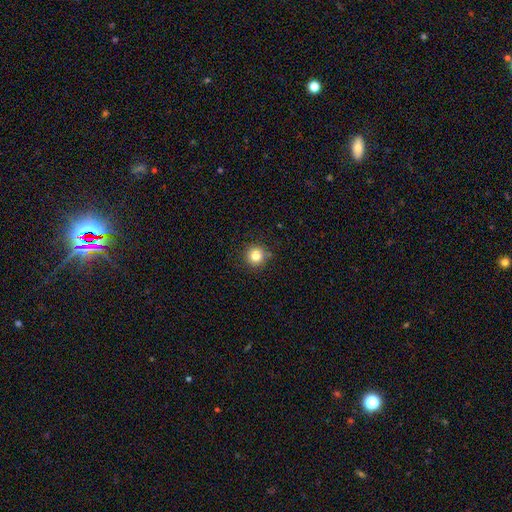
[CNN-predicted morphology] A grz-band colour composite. It shows a smooth galaxy with no disk features (83%) that is round (95%). Merging: none (89%).